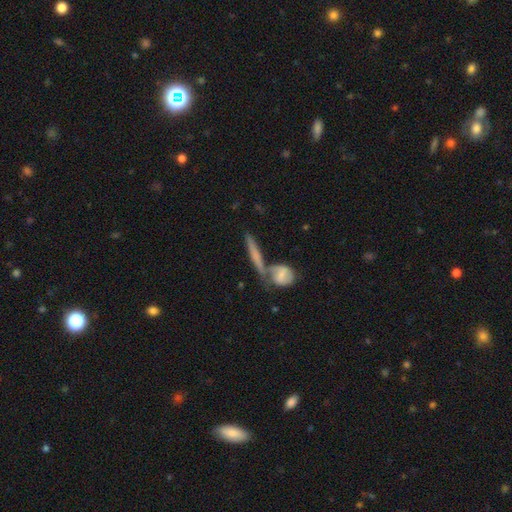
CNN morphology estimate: Smooth or featured? Predicted: smooth (p=0.51). How rounded? Predicted: cigar-shaped (p=0.81). Merging? Predicted: none (p=0.47).